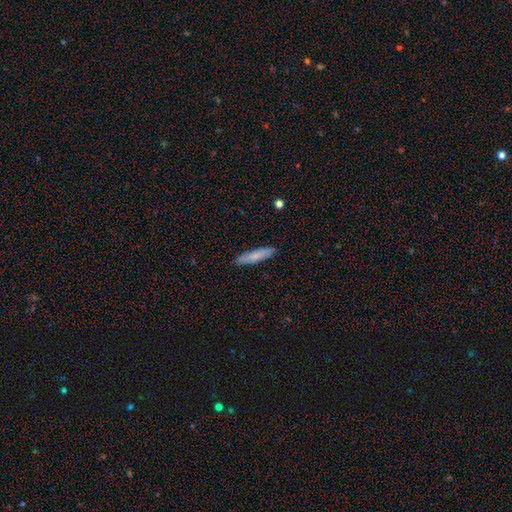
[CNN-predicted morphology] type=smooth (78%); roundness=cigar-shaped (84%); merging=none (89%).